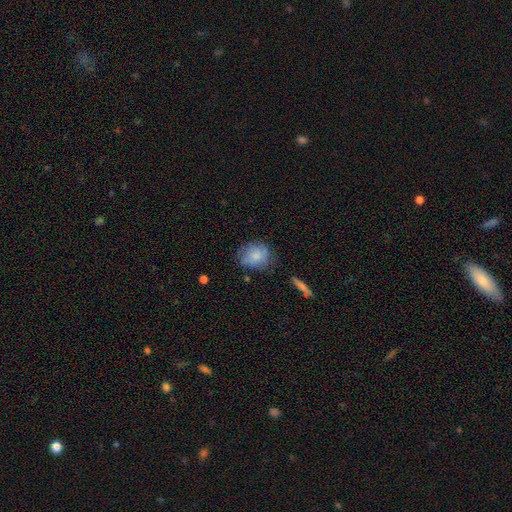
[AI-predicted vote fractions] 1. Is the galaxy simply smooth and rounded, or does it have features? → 73% smooth, 20% featured or disk, 8% star or artifact.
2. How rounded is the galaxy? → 61% round, 38% in between, 1% cigar-shaped.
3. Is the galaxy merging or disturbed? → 62% none, 26% minor disturbance, 9% major disturbance, 3% merger.